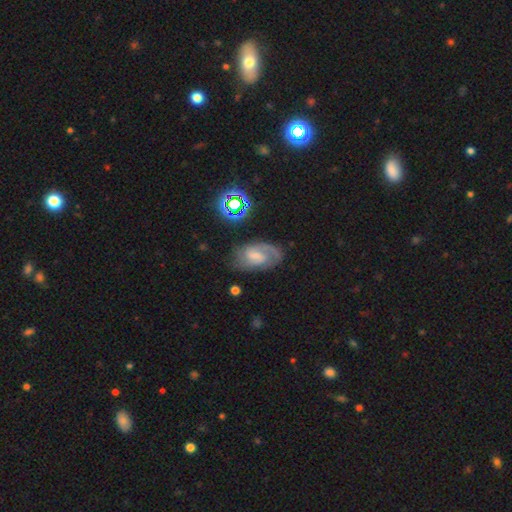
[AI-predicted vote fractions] Smooth or featured?
  - featured or disk: 72% *
  - smooth: 19%
  - star or artifact: 9%
Edge-on disk?
  - no: 96% *
  - yes: 4%
Bar?
  - weak: 56% *
  - no: 27%
  - strong: 18%
Spiral arms?
  - yes: 93% *
  - no: 7%
Spiral winding?
  - medium: 47% *
  - tight: 36%
  - loose: 17%
Spiral arm count?
  - 2: 60% *
  - 1: 21%
  - can't tell: 13%
  - 3: 3%
  - 4: 1%
  - more than 4: 1%
Bulge size?
  - small: 36% *
  - none: 29%
  - moderate: 28%
  - large: 7%
  - dominant: 1%
Merging?
  - none: 66% *
  - minor disturbance: 21%
  - major disturbance: 11%
  - merger: 3%